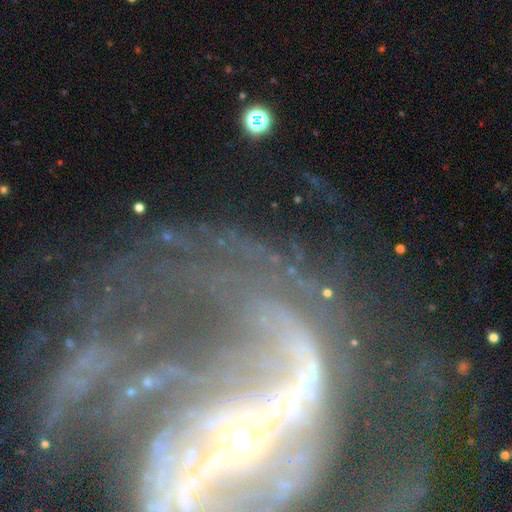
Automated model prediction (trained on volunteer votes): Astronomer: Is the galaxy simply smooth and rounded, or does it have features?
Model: featured or disk — 86%.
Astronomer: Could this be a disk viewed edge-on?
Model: no — 95%.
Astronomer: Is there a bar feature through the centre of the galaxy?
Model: strong — 58%.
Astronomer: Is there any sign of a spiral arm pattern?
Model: yes — 90%.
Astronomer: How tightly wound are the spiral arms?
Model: loose — 45% (runner-up: medium, 36%).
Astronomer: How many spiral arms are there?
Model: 2 — 59%.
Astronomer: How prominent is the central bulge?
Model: small — 75%.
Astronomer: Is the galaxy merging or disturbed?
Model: none — 41% (runner-up: major disturbance, 37%).